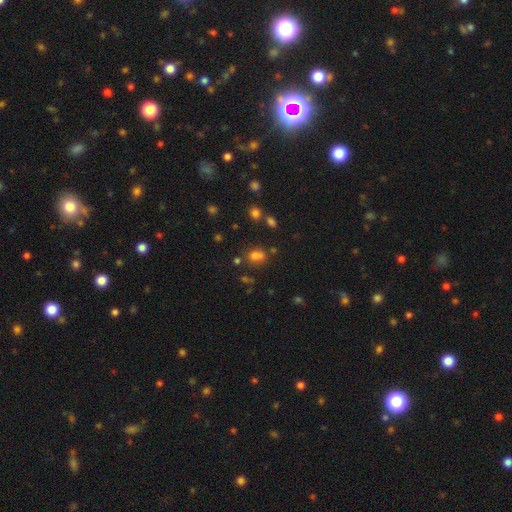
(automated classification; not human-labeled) A smooth galaxy with no disk features (68%) that is in between round and cigar-shaped (51%). Merging: none (51%).